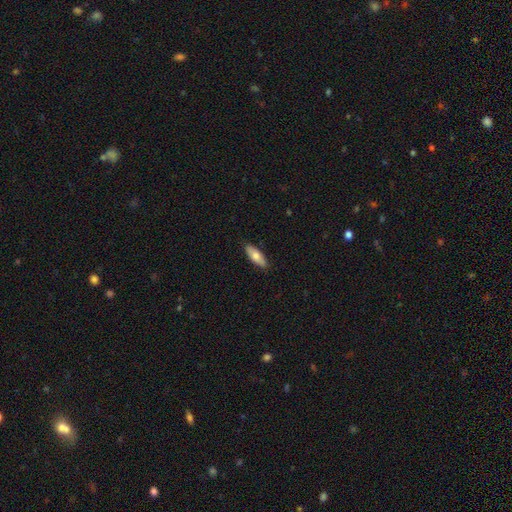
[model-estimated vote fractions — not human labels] The model was most divided on "how rounded": in between: 66%, cigar-shaped: 32%, round: 2%. More confident: merging — none (87%); smooth or featured — smooth (72%).